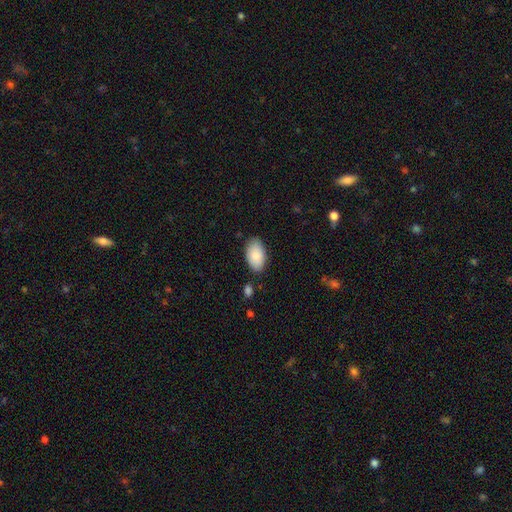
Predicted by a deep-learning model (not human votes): This appears to be a smooth galaxy with no disk features (86%) that is in between round and cigar-shaped (95%). Merging: none (82%).